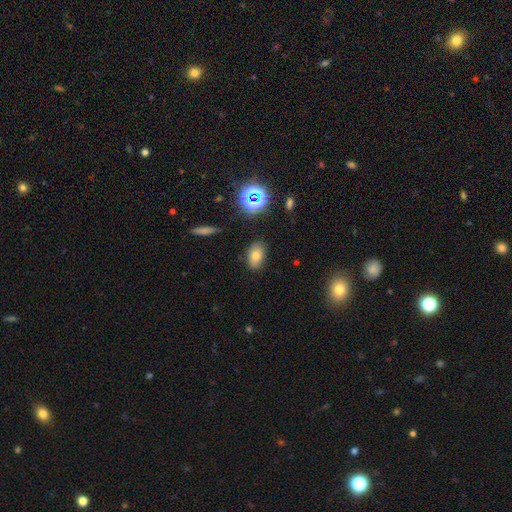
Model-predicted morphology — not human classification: Smooth or featured? Predicted: smooth (p=0.72). How rounded? Predicted: in between (p=0.85). Merging? Predicted: none (p=0.82).